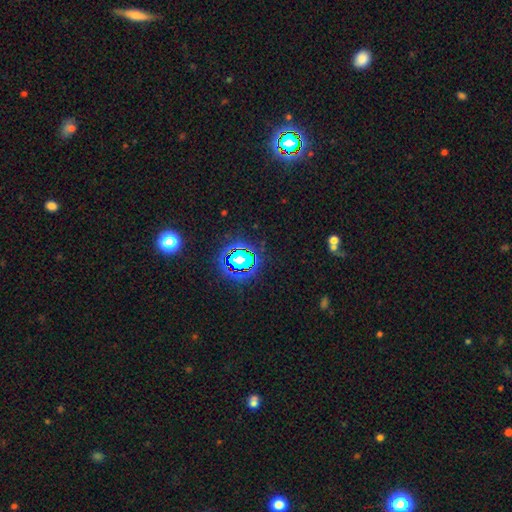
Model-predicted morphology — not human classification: This is likely a star or artifact rather than a galaxy (78%).